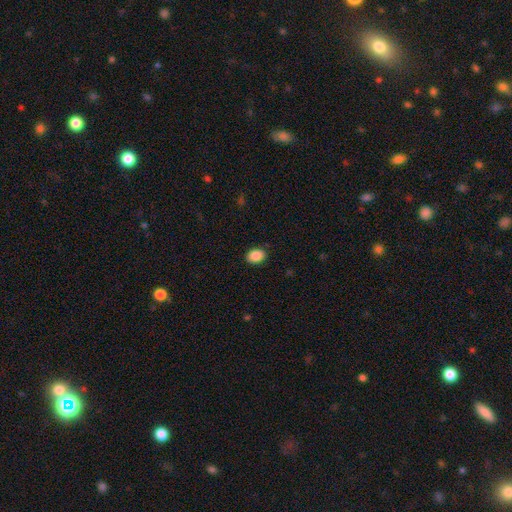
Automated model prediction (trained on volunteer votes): smooth-or-featured: smooth: 89% | star or artifact: 8% | featured or disk: 3%
  how-rounded: in between: 69% | round: 30% | cigar-shaped: 1%
  merging: none: 88% | minor disturbance: 8% | major disturbance: 2% | merger: 1%